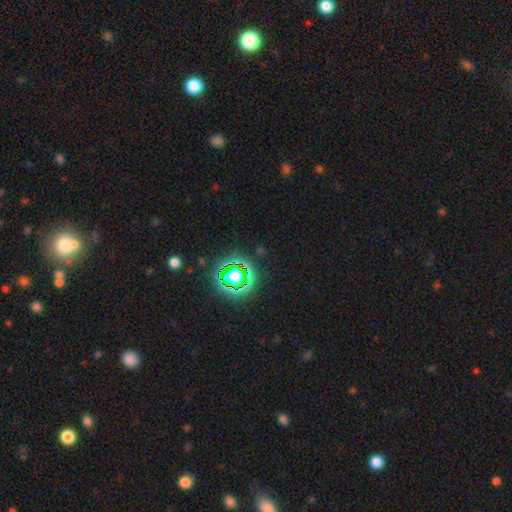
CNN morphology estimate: Smooth or featured: star or artifact — 78% (smooth — 15%)